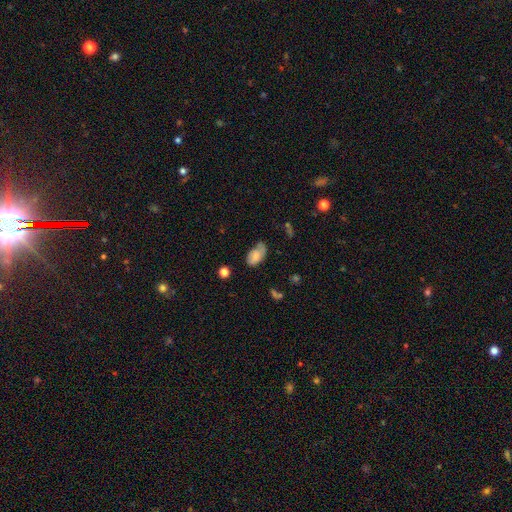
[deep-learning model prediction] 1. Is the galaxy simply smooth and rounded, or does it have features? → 65% smooth, 26% featured or disk, 8% star or artifact.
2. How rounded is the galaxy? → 92% in between, 6% round, 2% cigar-shaped.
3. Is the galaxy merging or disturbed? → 47% none, 34% minor disturbance, 15% major disturbance, 4% merger.